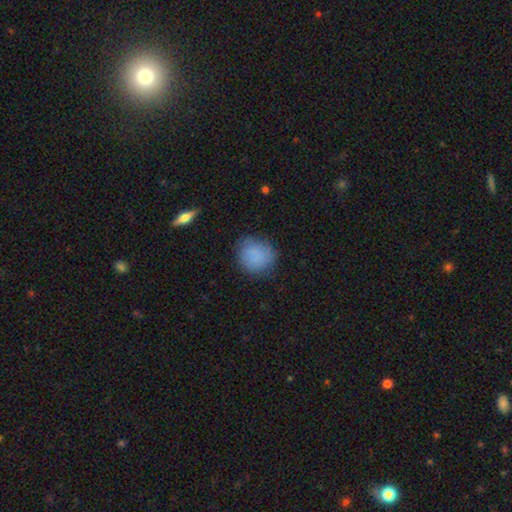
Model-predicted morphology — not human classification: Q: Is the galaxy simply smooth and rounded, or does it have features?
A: smooth — 84%.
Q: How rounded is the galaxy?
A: round — 84%.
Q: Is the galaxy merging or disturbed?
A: none — 77%.